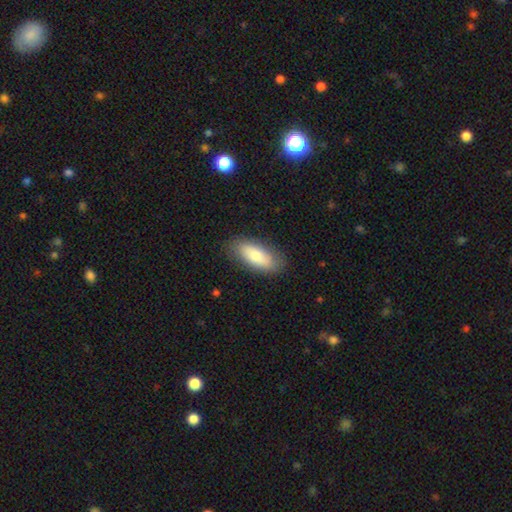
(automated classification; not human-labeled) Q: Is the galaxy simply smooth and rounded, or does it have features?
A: smooth — 77%.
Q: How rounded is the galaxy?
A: in between — 80%.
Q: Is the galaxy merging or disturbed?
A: none — 83%.